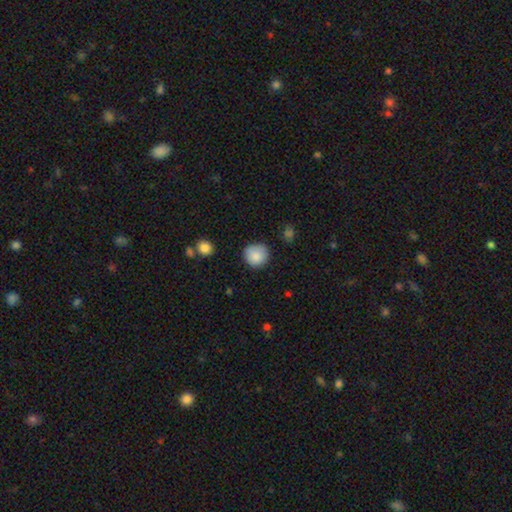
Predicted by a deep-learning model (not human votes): smooth 86%, star or artifact 9%, featured or disk 5%. Down the decision tree: how rounded — round (91%); merging — none (80%).